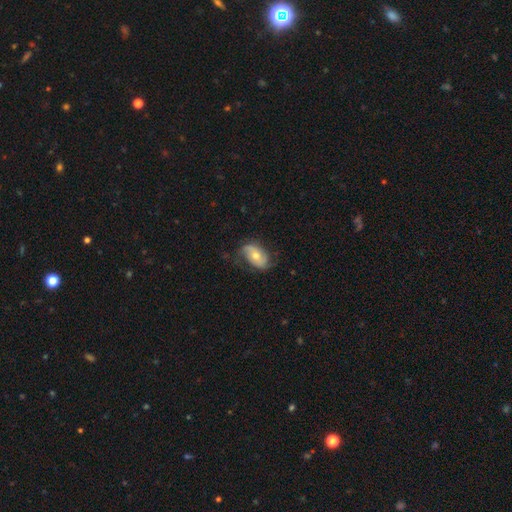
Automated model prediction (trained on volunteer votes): Smooth or featured: featured or disk — 55% (smooth — 38%)
Edge-on disk: no — 93% (yes — 7%)
Bar: no — 65% (weak — 25%)
Spiral arms: yes — 80% (no — 20%)
Bulge size: moderate — 62% (small — 31%)
Merging: none — 65% (minor disturbance — 24%)